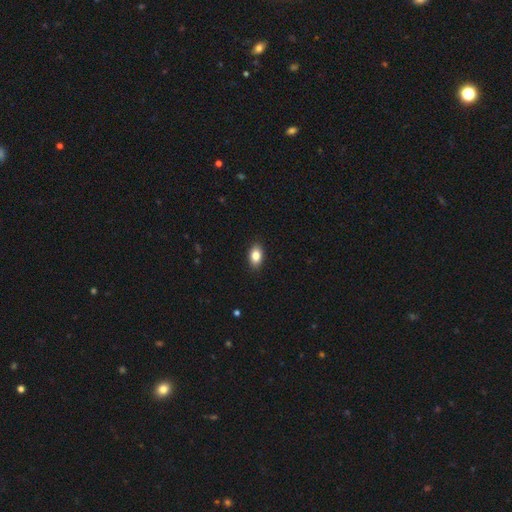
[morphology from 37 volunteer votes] Smooth or featured? 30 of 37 (81%) said smooth. How rounded? 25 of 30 (83%) said in between. Merging? 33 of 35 (94%) said none.